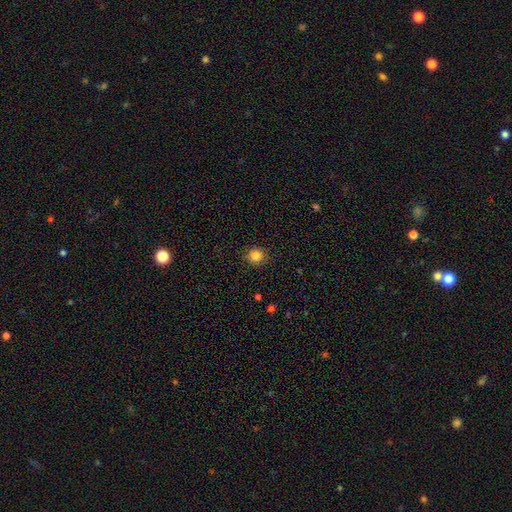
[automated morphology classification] Overall: smooth (84%). How rounded: round (90%). Merging: none (90%).